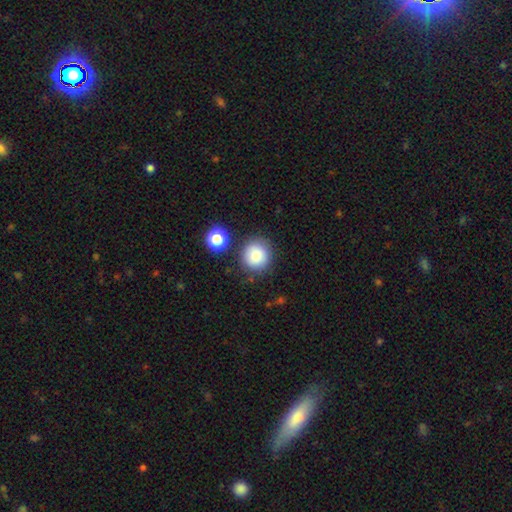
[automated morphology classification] type=smooth (82%); roundness=round (92%); merging=none (81%).